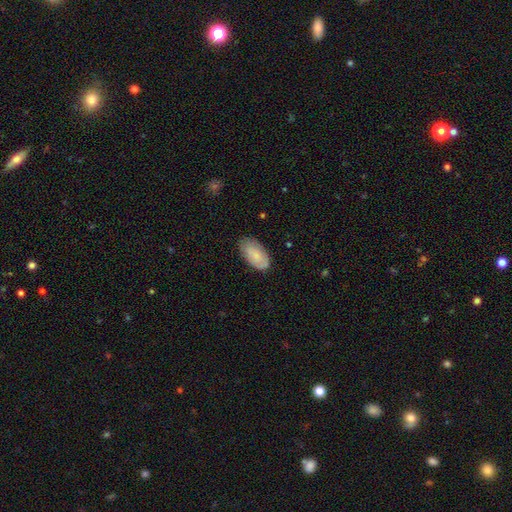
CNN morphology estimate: smooth_or_featured: smooth (p=0.75) [alt: featured or disk p=0.18]
how_rounded: in between (p=0.95) [alt: round p=0.03]
merging: none (p=0.76) [alt: minor disturbance p=0.19]